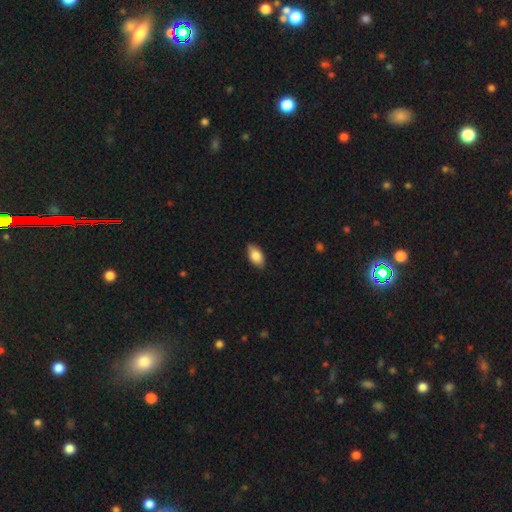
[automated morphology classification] Overall: smooth (84%). How rounded: in between (93%). Merging: none (85%).